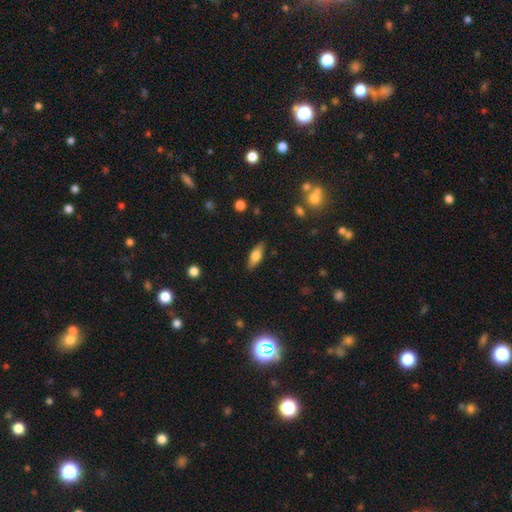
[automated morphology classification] smooth 66%, featured or disk 27%, star or artifact 7%. Down the decision tree: how rounded — in between (63%); merging — none (86%).